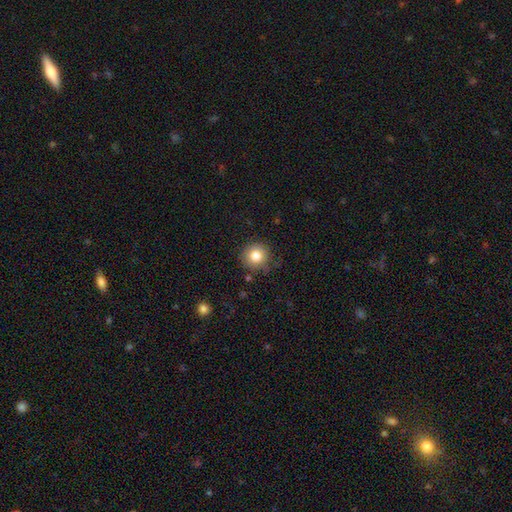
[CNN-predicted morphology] smooth_or_featured: smooth (p=0.82) [alt: star or artifact p=0.11]
how_rounded: round (p=0.92) [alt: in between p=0.07]
merging: none (p=0.83) [alt: minor disturbance p=0.12]